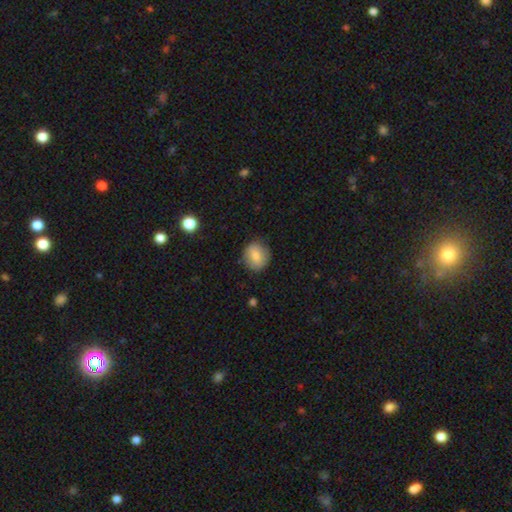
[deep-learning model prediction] Smooth or featured? Predicted: smooth (p=0.77). How rounded? Predicted: round (p=0.81). Merging? Predicted: none (p=0.84).